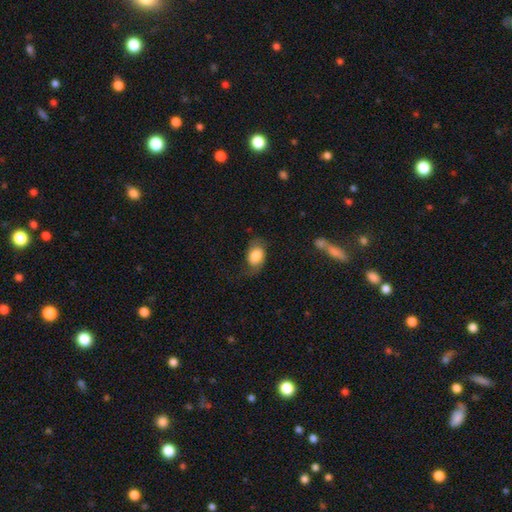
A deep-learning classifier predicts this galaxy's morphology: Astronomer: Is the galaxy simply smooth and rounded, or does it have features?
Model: smooth — 69%.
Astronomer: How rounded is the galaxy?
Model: in between — 76%.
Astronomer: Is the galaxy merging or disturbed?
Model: none — 55%.